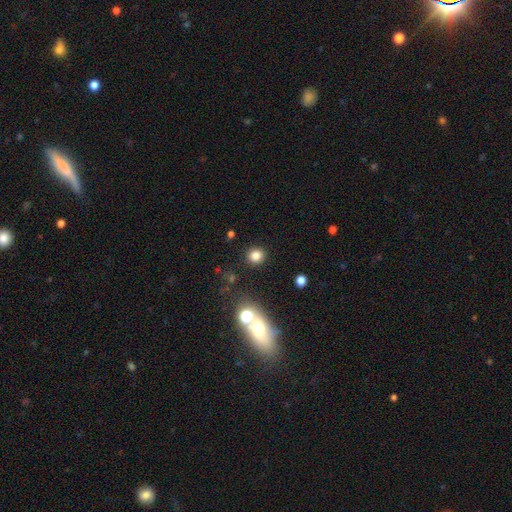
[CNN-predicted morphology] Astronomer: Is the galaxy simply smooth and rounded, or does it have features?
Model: smooth — 80%.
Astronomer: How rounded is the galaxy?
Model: round — 88%.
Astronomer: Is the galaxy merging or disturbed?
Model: none — 88%.